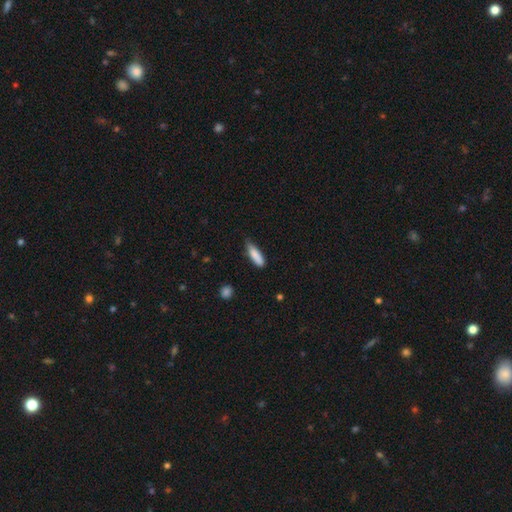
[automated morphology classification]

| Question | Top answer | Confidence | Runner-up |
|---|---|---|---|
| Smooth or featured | smooth | 85% | featured or disk (8%) |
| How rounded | cigar-shaped | 58% | in between (41%) |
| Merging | none | 65% | minor disturbance (29%) |